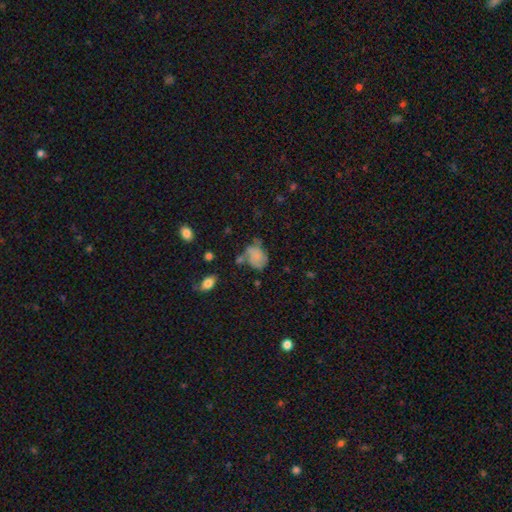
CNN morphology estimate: Overall: smooth (54%; featured or disk 36%). How rounded: in between (67%; round 32%). Merging: none (40%; minor disturbance 30%).